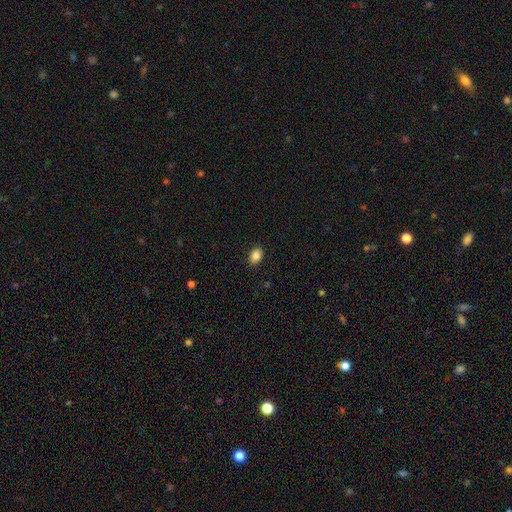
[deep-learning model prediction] A smooth galaxy with no disk features (86%) that is in between round and cigar-shaped (74%).

Vote fractions:
- Smooth or featured? smooth: 86% / star or artifact: 9% / featured or disk: 5%
- How rounded? in between: 74% / round: 25% / cigar-shaped: 1%
- Merging? none: 89% / minor disturbance: 8% / major disturbance: 2% / merger: 1%